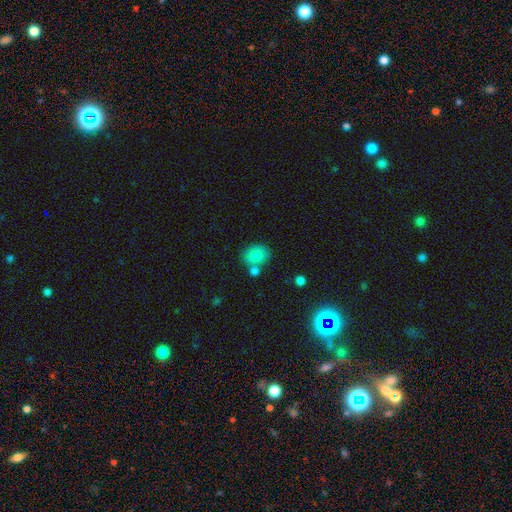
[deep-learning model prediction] Smooth or featured: smooth — 84% (star or artifact — 9%)
How rounded: in between — 50% (round — 49%)
Merging: none — 63% (merger — 19%)